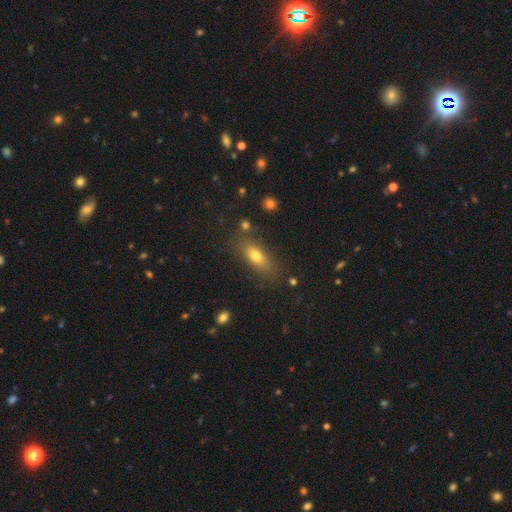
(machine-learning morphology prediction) Q: Smooth or featured?
A: smooth (72%); runner-up: featured or disk (17%)
Q: How rounded?
A: in between (67%); runner-up: cigar-shaped (27%)
Q: Merging?
A: none (78%); runner-up: minor disturbance (13%)